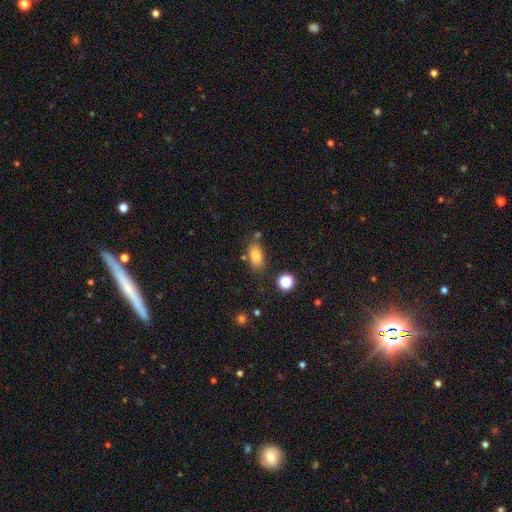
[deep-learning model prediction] Smooth or featured?
  - smooth: 81% *
  - star or artifact: 10%
  - featured or disk: 9%
How rounded?
  - in between: 86% *
  - round: 9%
  - cigar-shaped: 5%
Merging?
  - none: 72% *
  - minor disturbance: 15%
  - merger: 7%
  - major disturbance: 5%